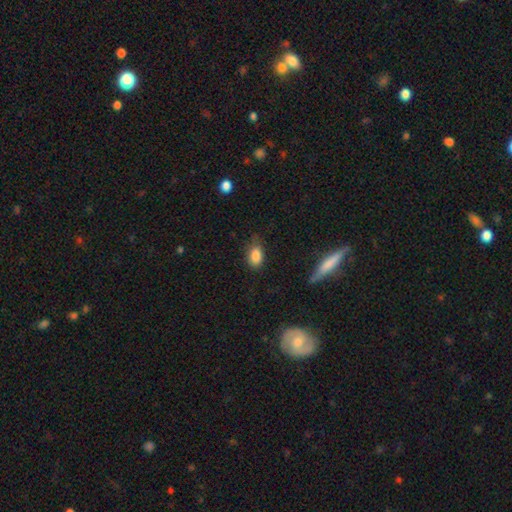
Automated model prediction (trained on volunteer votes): Smooth or featured? Predicted: smooth (p=0.85). How rounded? Predicted: in between (p=0.88). Merging? Predicted: none (p=0.71).